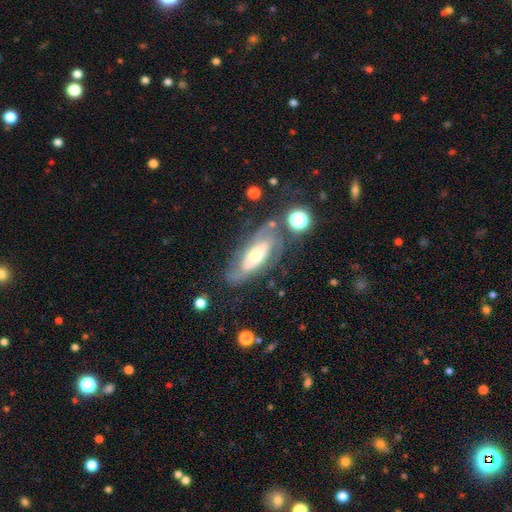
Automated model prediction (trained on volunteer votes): This is likely a featured or disk galaxy (75%). It is clearly not viewed edge-on (87%). Bar: possibly no (58%). Spiral arm pattern: clearly yes (86%). Spiral arm count: possibly 2 (51%). Spiral winding: possibly tight (51%). Central bulge: possibly moderate (46%). Merging: likely none (65%).